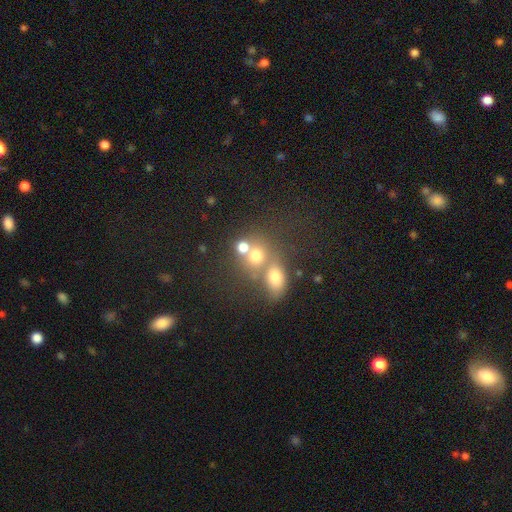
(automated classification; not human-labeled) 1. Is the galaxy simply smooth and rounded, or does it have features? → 66% smooth, 18% star or artifact, 16% featured or disk.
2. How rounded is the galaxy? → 68% round, 30% in between, 2% cigar-shaped.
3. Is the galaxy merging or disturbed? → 49% merger, 37% none, 8% minor disturbance, 6% major disturbance.